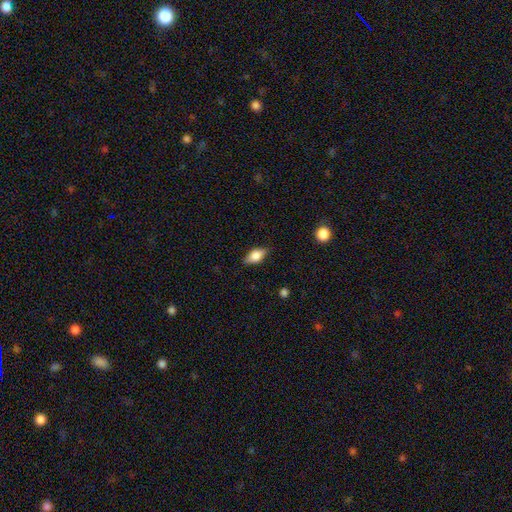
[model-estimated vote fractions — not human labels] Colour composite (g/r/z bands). It shows a smooth galaxy with no disk features (68%) that is in between round and cigar-shaped (84%). Merging: none (80%).